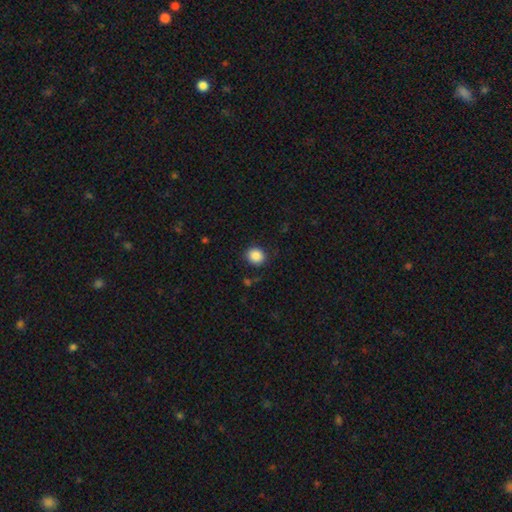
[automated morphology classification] The model was most divided on "how rounded": round: 84%, in between: 16%, cigar-shaped: 1%. More confident: smooth or featured — smooth (87%); merging — none (87%).